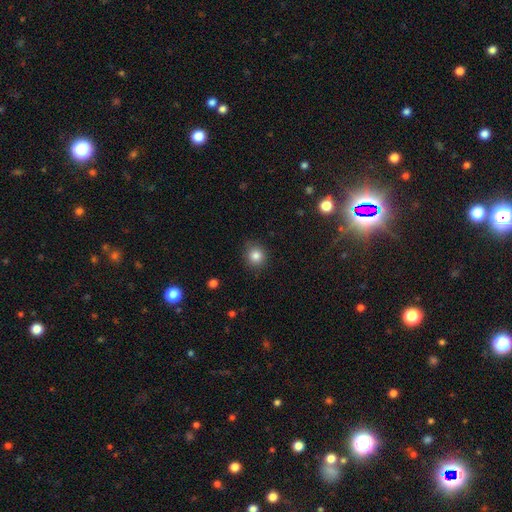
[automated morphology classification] Q: Smooth or featured?
A: smooth (84%); runner-up: star or artifact (11%)
Q: How rounded?
A: round (87%); runner-up: in between (12%)
Q: Merging?
A: none (84%); runner-up: minor disturbance (12%)